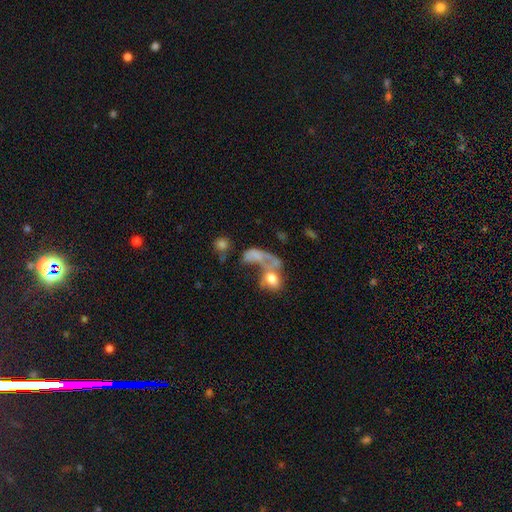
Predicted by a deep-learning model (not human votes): Smooth or featured?
  - smooth: 50% *
  - featured or disk: 36%
  - star or artifact: 14%
Merging?
  - merger: 52% *
  - major disturbance: 27%
  - none: 13%
  - minor disturbance: 8%